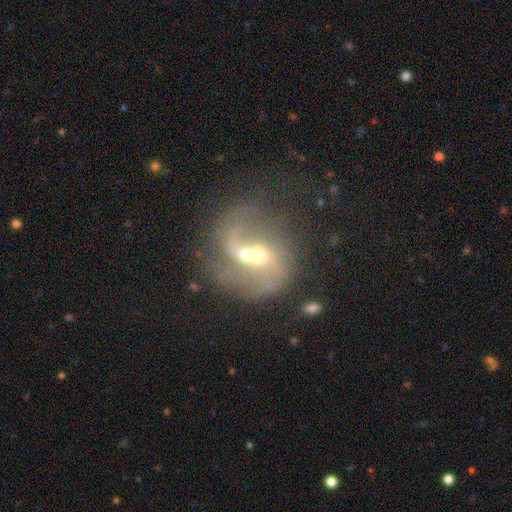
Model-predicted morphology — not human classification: The model was most divided on "bulge size": moderate: 50%, small: 39%, large: 5%, none: 3%, dominant: 2%. Remaining: edge-on disk — no (97%); spiral arms — yes (87%); smooth or featured — featured or disk (78%); spiral arm count — 2 (70%); bar — no (53%); spiral winding — loose (51%); merging — merger (46%).